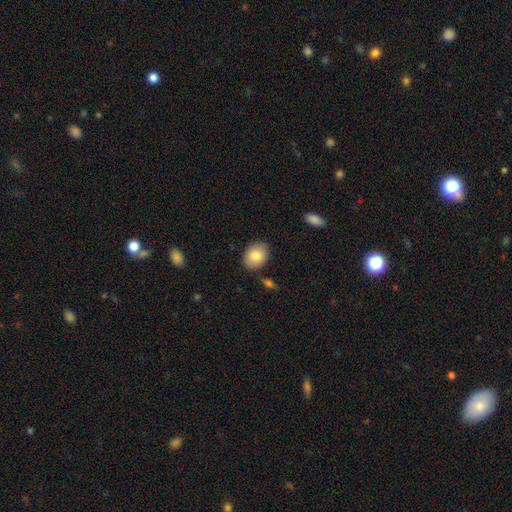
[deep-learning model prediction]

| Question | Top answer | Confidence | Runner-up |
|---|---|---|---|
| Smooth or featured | smooth | 83% | featured or disk (10%) |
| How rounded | in between | 69% | round (30%) |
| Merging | none | 84% | minor disturbance (11%) |